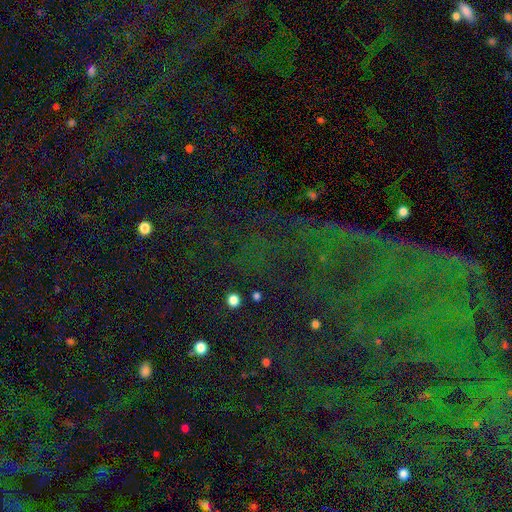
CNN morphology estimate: Q: Smooth or featured?
A: star or artifact (75%); runner-up: featured or disk (13%)